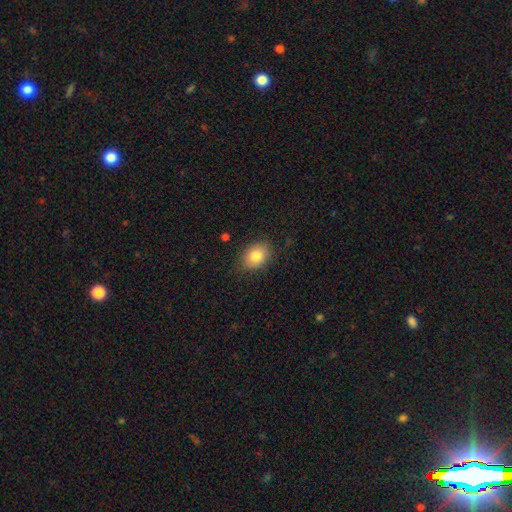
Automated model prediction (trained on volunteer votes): A smooth galaxy with no disk features (82%) that is in between round and cigar-shaped (67%).

Vote fractions:
- Smooth or featured? smooth: 82% / featured or disk: 10% / star or artifact: 8%
- How rounded? in between: 67% / round: 32% / cigar-shaped: 1%
- Merging? none: 82% / minor disturbance: 14% / major disturbance: 3% / merger: 1%